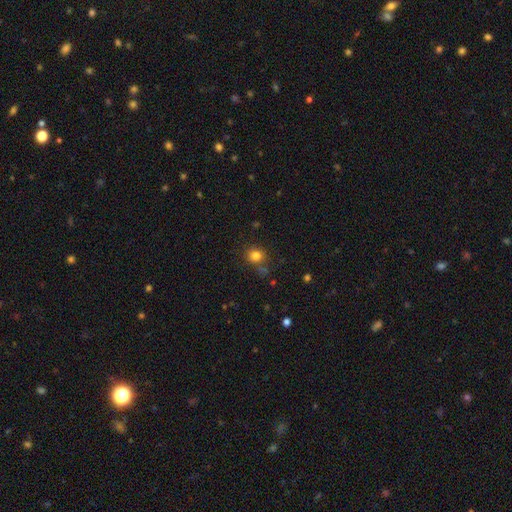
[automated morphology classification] smooth 80%, star or artifact 14%, featured or disk 6%. Down the decision tree: how rounded — round (85%); merging — none (80%).